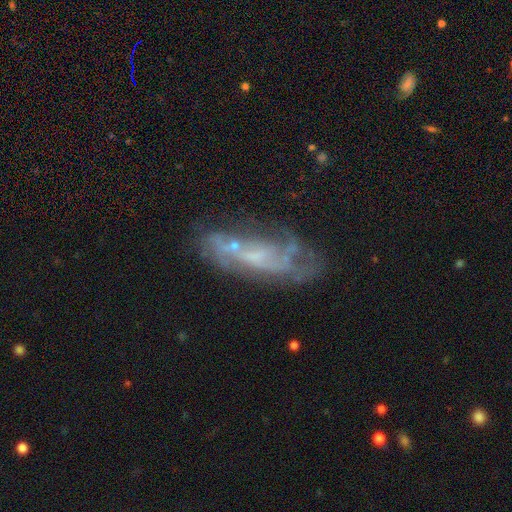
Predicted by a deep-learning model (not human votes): Smooth or featured? Predicted: featured or disk (p=0.69). Edge-on disk? Predicted: no (p=0.84). Bar? Predicted: no (p=0.59). Spiral arms? Predicted: yes (p=0.64). Bulge size? Predicted: small (p=0.42). Merging? Predicted: none (p=0.51).